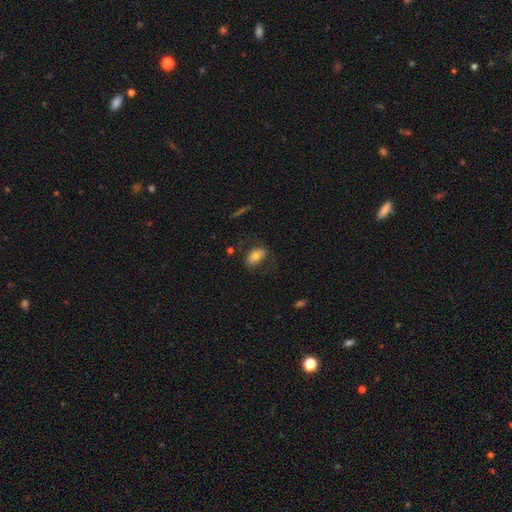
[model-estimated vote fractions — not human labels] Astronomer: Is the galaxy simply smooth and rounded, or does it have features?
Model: smooth — 66%.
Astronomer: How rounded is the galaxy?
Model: in between — 89%.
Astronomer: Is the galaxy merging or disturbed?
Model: none — 66%.